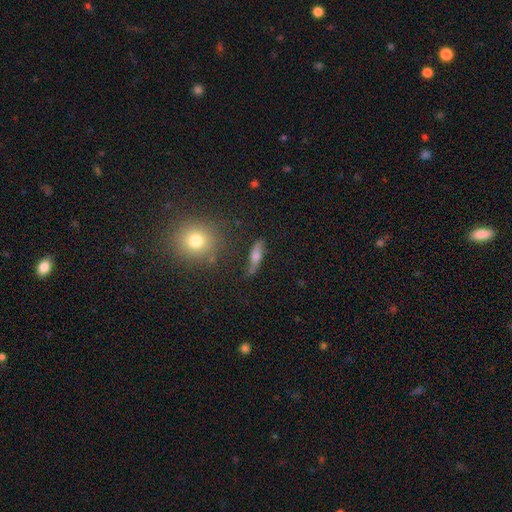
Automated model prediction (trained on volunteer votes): Overall: smooth (47%; featured or disk 41%). Merging: none (69%).